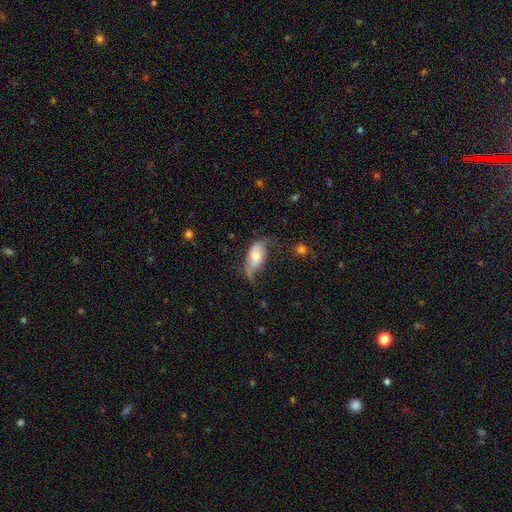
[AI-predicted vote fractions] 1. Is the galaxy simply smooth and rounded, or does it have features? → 55% smooth, 39% featured or disk, 6% star or artifact.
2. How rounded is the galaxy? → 90% in between, 7% cigar-shaped, 4% round.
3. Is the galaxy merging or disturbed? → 42% none, 37% minor disturbance, 18% major disturbance, 3% merger.